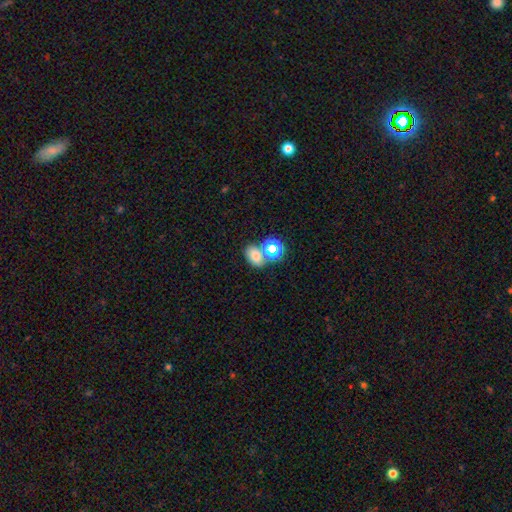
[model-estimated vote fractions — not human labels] This is likely a smooth galaxy (69%). How rounded: likely in between (73%). Merging: possibly none (60%).